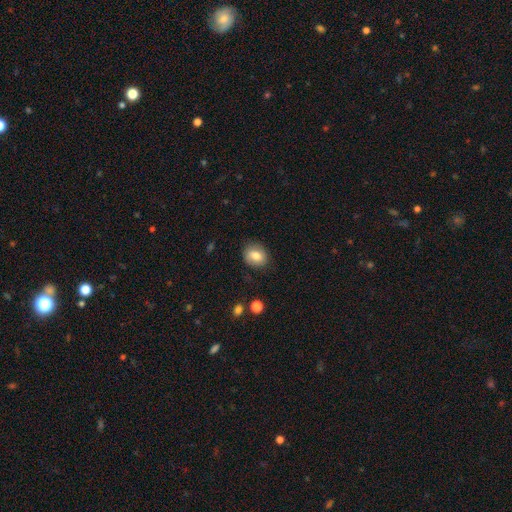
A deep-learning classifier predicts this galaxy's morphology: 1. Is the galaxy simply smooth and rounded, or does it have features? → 78% smooth, 13% featured or disk, 9% star or artifact.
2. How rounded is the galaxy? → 57% round, 42% in between, 1% cigar-shaped.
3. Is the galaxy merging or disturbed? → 82% none, 13% minor disturbance, 3% major disturbance, 1% merger.